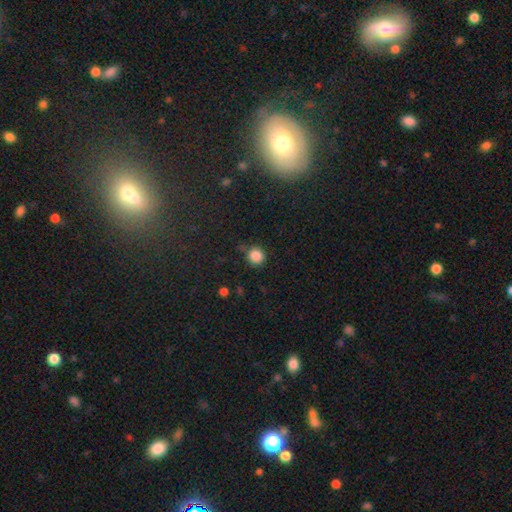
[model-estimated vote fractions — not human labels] Smooth or featured? Predicted: smooth (p=0.85). How rounded? Predicted: round (p=0.92). Merging? Predicted: none (p=0.80).